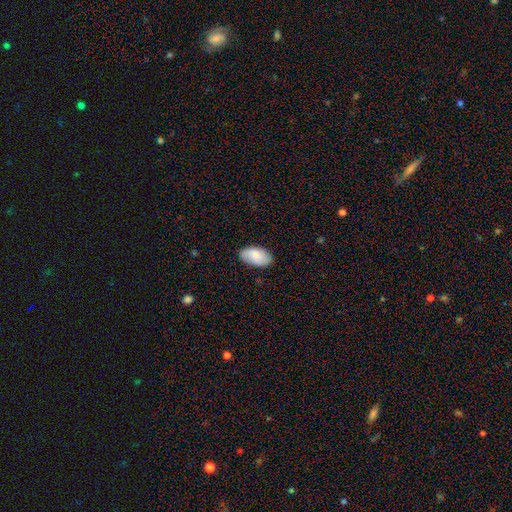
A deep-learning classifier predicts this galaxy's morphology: Q: Smooth or featured?
A: smooth (81%); runner-up: featured or disk (13%)
Q: How rounded?
A: in between (95%); runner-up: round (3%)
Q: Merging?
A: none (83%); runner-up: minor disturbance (13%)